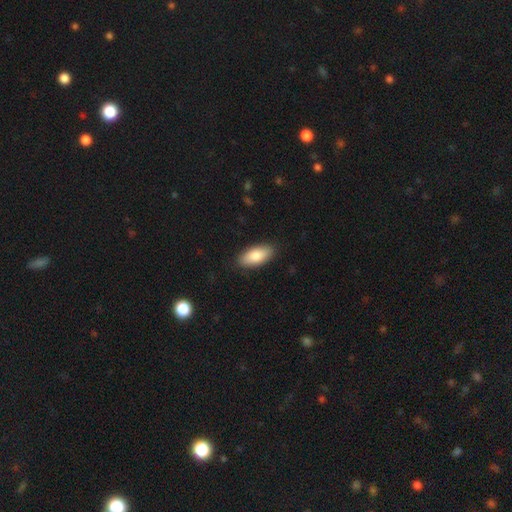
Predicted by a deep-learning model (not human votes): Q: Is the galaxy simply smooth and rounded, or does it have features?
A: smooth — 84%.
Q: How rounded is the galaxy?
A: in between — 88%.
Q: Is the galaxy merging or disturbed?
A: none — 88%.